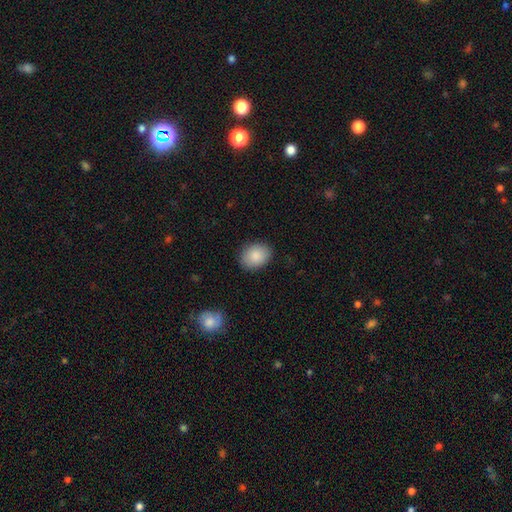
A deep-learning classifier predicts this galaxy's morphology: Q: Smooth or featured?
A: smooth (88%); runner-up: star or artifact (7%)
Q: How rounded?
A: in between (62%); runner-up: round (37%)
Q: Merging?
A: none (87%); runner-up: minor disturbance (10%)